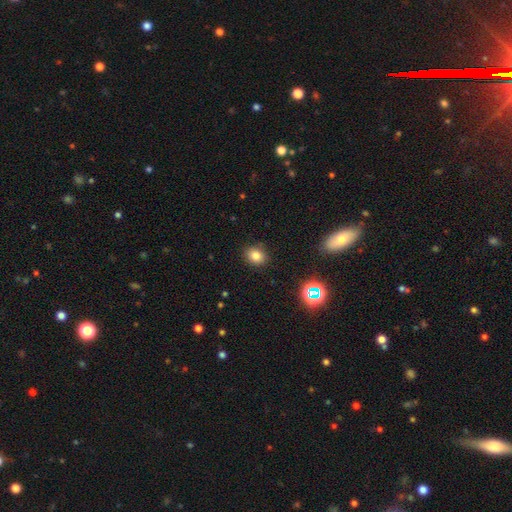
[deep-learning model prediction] smooth 80%, star or artifact 14%, featured or disk 6%. Down the decision tree: how rounded — round (54%); merging — none (87%).